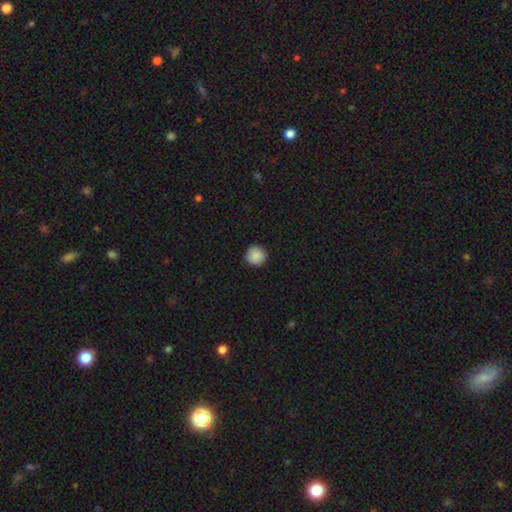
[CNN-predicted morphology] Q: Smooth or featured?
A: smooth (88%); runner-up: star or artifact (8%)
Q: How rounded?
A: round (95%); runner-up: in between (4%)
Q: Merging?
A: none (92%); runner-up: minor disturbance (6%)